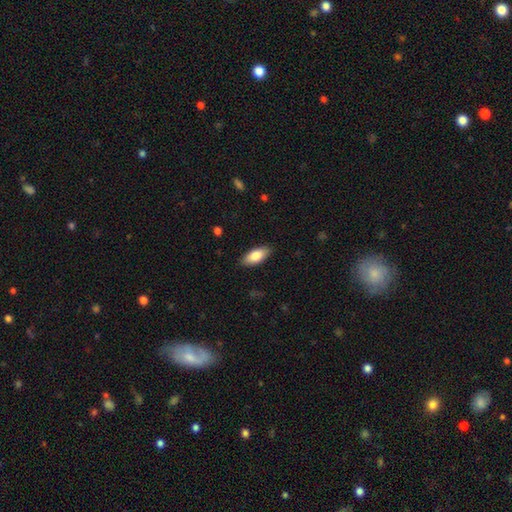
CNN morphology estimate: A smooth galaxy with no disk features (82%) that is in between round and cigar-shaped (86%). Merging: none (88%).